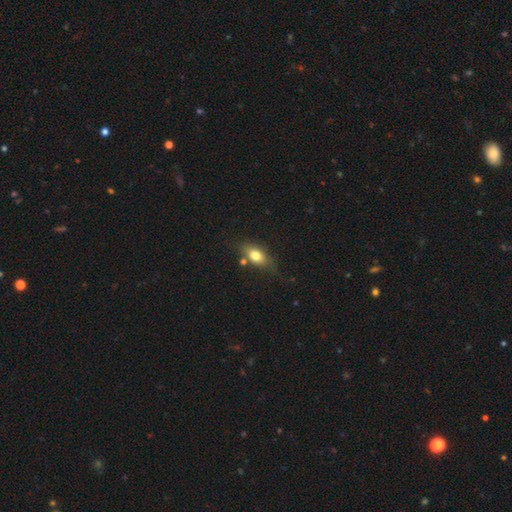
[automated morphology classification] Smooth or featured: smooth — 75% (featured or disk — 17%)
How rounded: in between — 80% (round — 12%)
Merging: none — 65% (minor disturbance — 20%)